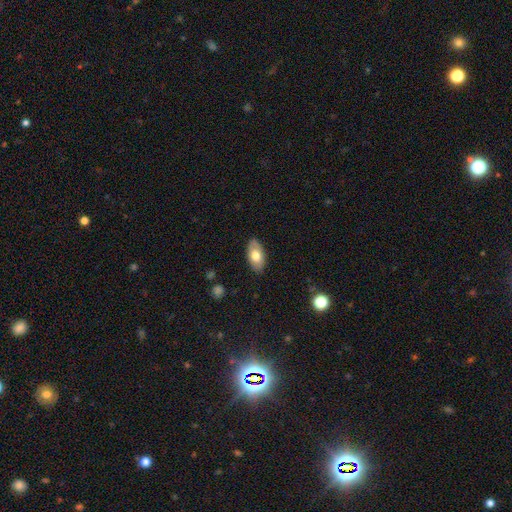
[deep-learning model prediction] This is likely a smooth galaxy (71%). How rounded: clearly in between (93%). Merging: clearly none (86%).